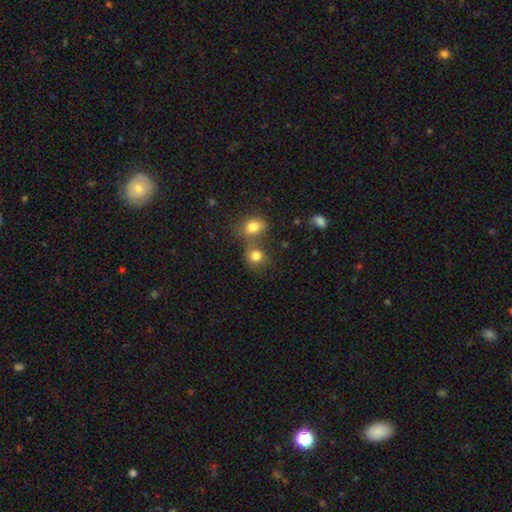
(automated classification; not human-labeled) Smooth or featured?
  - smooth: 81% *
  - star or artifact: 11%
  - featured or disk: 8%
How rounded?
  - round: 68% *
  - in between: 31%
  - cigar-shaped: 1%
Merging?
  - none: 44% *
  - merger: 40%
  - minor disturbance: 11%
  - major disturbance: 5%